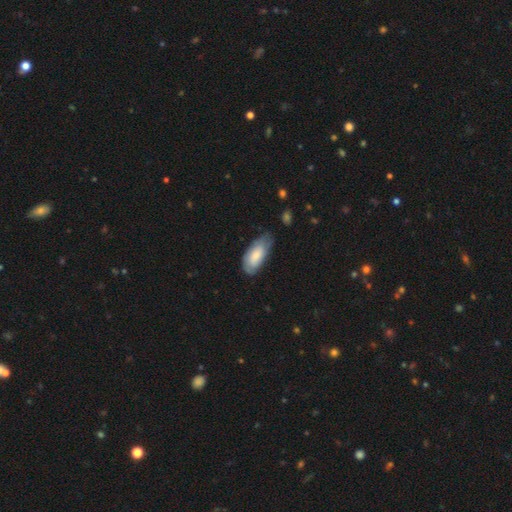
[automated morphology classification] Smooth or featured?
  - smooth: 72% *
  - featured or disk: 22%
  - star or artifact: 6%
How rounded?
  - in between: 88% *
  - cigar-shaped: 10%
  - round: 2%
Merging?
  - none: 56% *
  - minor disturbance: 33%
  - major disturbance: 8%
  - merger: 2%